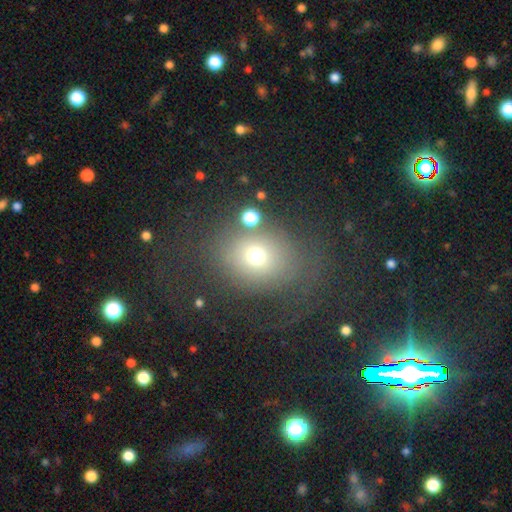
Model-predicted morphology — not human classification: smooth 68%, star or artifact 18%, featured or disk 14%. Down the decision tree: how rounded — round (58%); merging — none (65%).